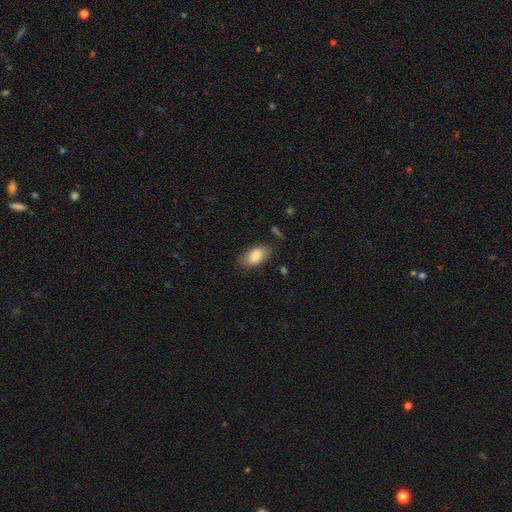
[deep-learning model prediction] smooth-or-featured: smooth: 84% | featured or disk: 10% | star or artifact: 7%
  how-rounded: in between: 93% | round: 5% | cigar-shaped: 3%
  merging: none: 76% | minor disturbance: 17% | major disturbance: 5% | merger: 2%